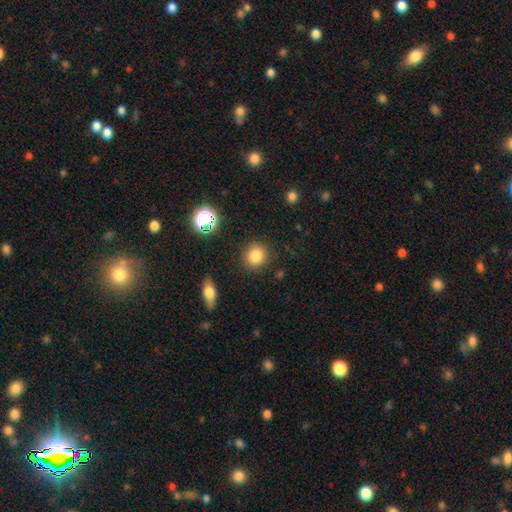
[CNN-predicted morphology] This is clearly a smooth galaxy (81%). How rounded: clearly round (87%). Merging: clearly none (87%).